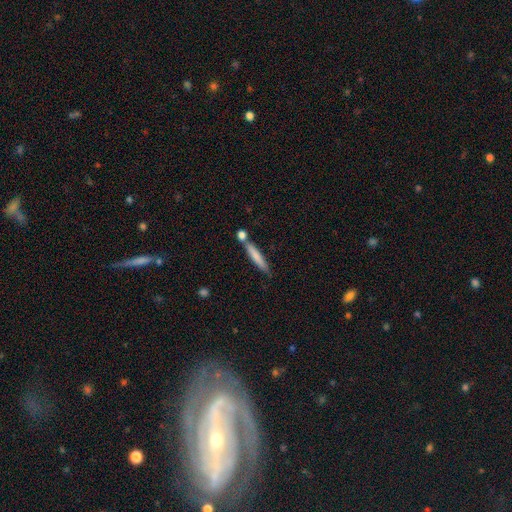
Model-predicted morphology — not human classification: Smooth or featured?
  - smooth: 70% *
  - featured or disk: 24%
  - star or artifact: 6%
How rounded?
  - cigar-shaped: 92% *
  - in between: 6%
  - round: 2%
Merging?
  - none: 65% *
  - merger: 19%
  - minor disturbance: 13%
  - major disturbance: 4%